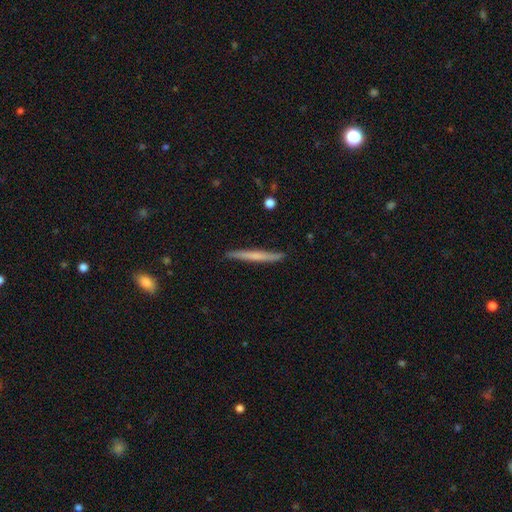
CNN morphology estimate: Smooth or featured?
  - smooth: 53% *
  - featured or disk: 41%
  - star or artifact: 5%
How rounded?
  - cigar-shaped: 97% *
  - in between: 2%
  - round: 1%
Merging?
  - none: 89% *
  - minor disturbance: 9%
  - major disturbance: 1%
  - merger: 1%